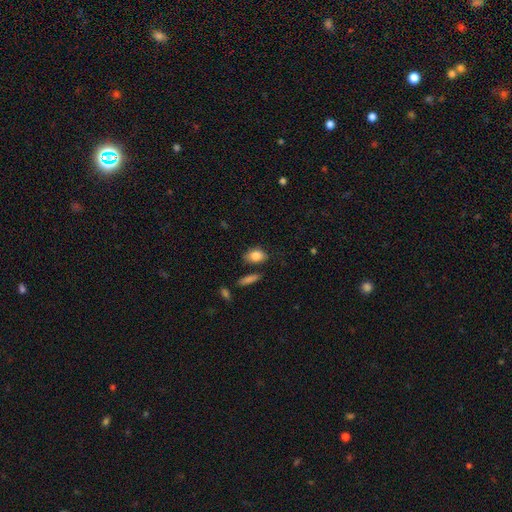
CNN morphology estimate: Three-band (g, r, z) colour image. It shows a smooth galaxy with no disk features (84%) that is in between round and cigar-shaped (82%). Merging: none (69%).